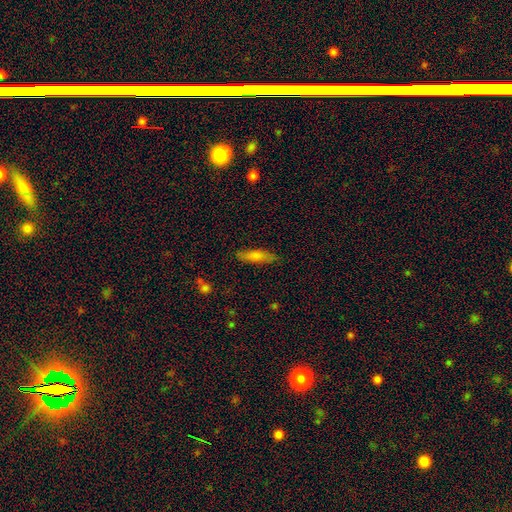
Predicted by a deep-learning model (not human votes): Overall: smooth (71%). How rounded: cigar-shaped (67%; in between 31%). Merging: none (84%).